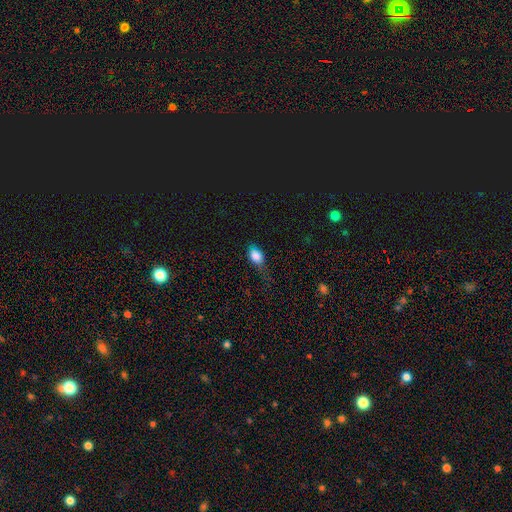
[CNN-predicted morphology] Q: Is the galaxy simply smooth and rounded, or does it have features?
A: smooth — 80%.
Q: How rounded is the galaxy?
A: in between — 69%.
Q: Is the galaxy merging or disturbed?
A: none — 44%.